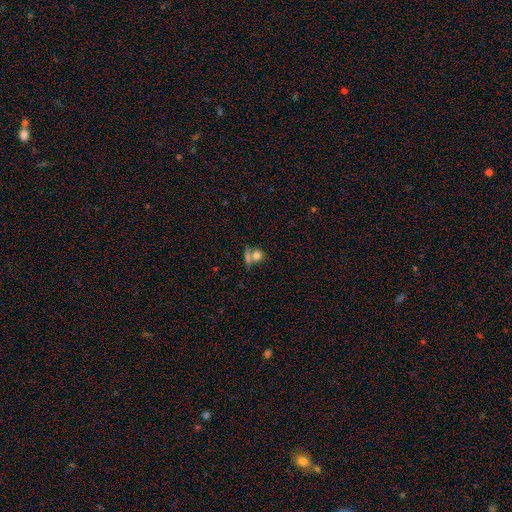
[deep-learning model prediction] Smooth or featured: smooth — 76% (star or artifact — 12%)
How rounded: round — 71% (in between — 23%)
Merging: none — 48% (merger — 37%)